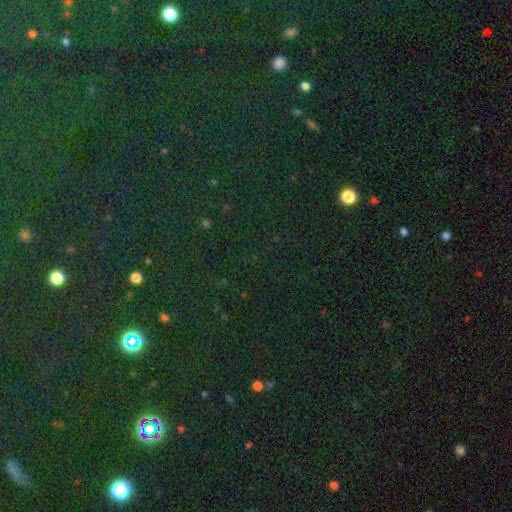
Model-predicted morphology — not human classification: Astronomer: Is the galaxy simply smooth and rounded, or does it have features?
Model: star or artifact — 81%.